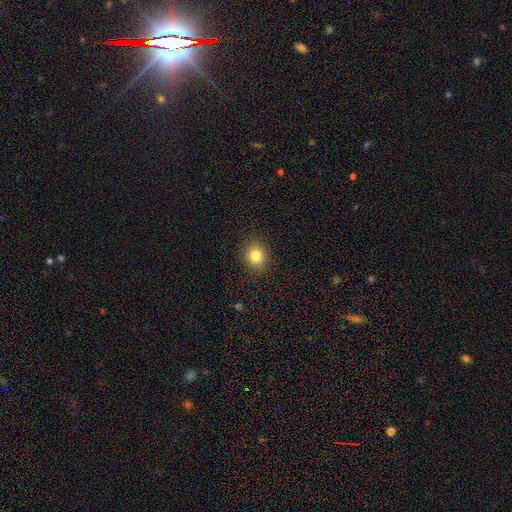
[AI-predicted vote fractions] smooth-or-featured: smooth: 81% | star or artifact: 12% | featured or disk: 7%
  how-rounded: round: 74% | in between: 25% | cigar-shaped: 1%
  merging: none: 90% | minor disturbance: 7% | major disturbance: 2% | merger: 1%